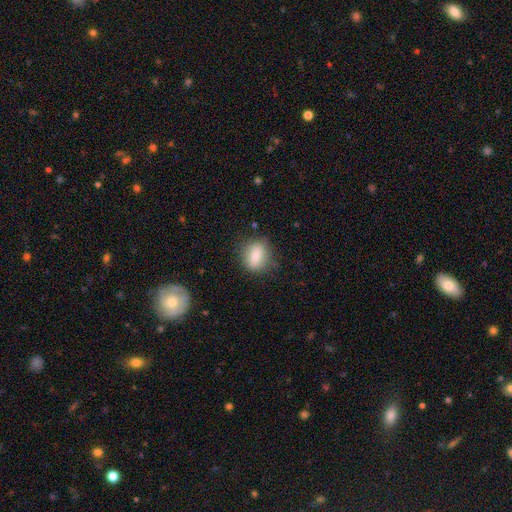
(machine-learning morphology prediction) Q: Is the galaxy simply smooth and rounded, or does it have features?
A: smooth — 81%.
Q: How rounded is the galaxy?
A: in between — 65%.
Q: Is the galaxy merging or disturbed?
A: none — 74%.